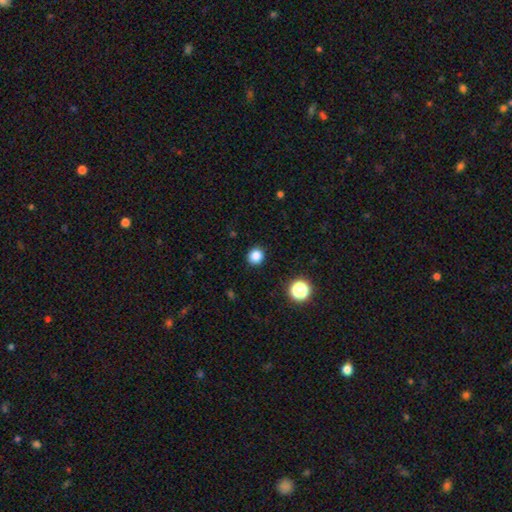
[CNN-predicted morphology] Q: Smooth or featured?
A: smooth (84%); runner-up: star or artifact (13%)
Q: How rounded?
A: round (88%); runner-up: in between (11%)
Q: Merging?
A: none (91%); runner-up: minor disturbance (6%)